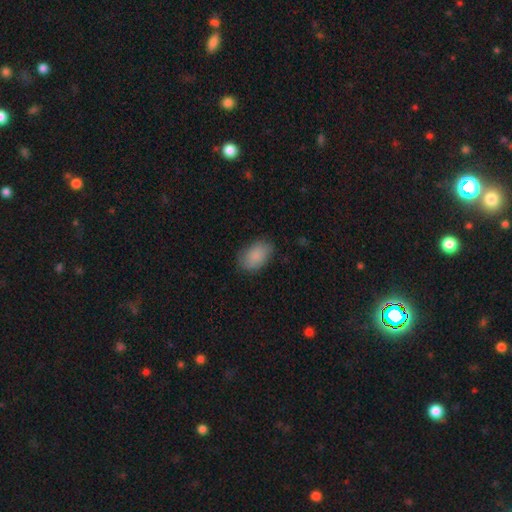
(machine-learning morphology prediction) smooth_or_featured: smooth (p=0.86) [alt: star or artifact p=0.07]
how_rounded: in between (p=0.87) [alt: round p=0.12]
merging: none (p=0.76) [alt: minor disturbance p=0.18]